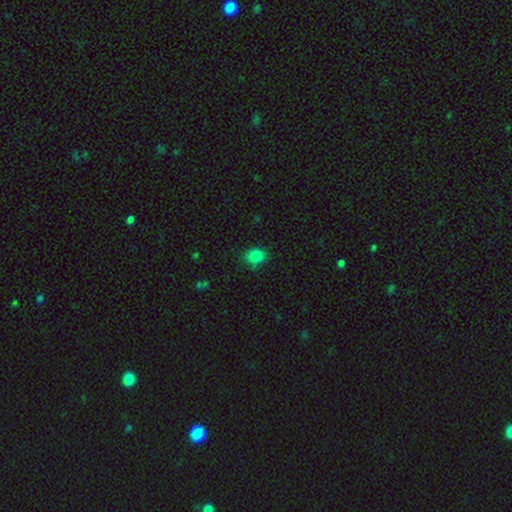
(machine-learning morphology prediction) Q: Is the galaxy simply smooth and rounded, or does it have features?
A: smooth — 86%.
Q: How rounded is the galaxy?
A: in between — 52%.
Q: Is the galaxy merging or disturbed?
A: none — 80%.